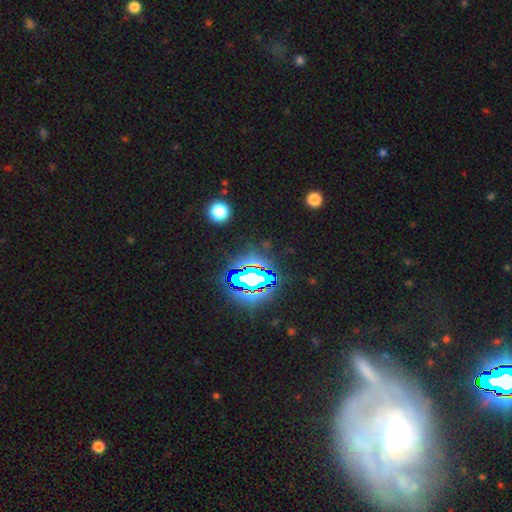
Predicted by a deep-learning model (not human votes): A star or artifact, not a galaxy (65%).